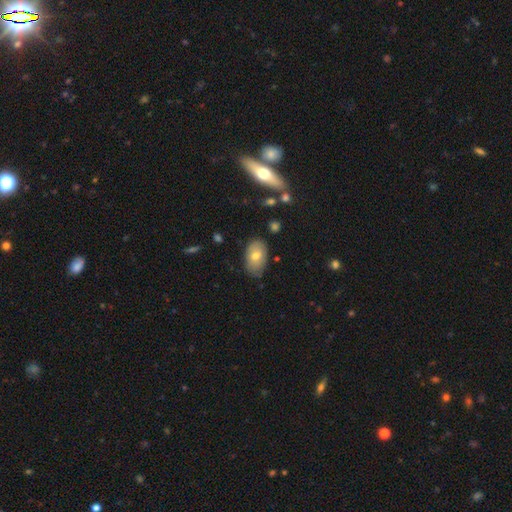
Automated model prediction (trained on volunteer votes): Overall: smooth (69%). How rounded: in between (92%). Merging: none (76%).